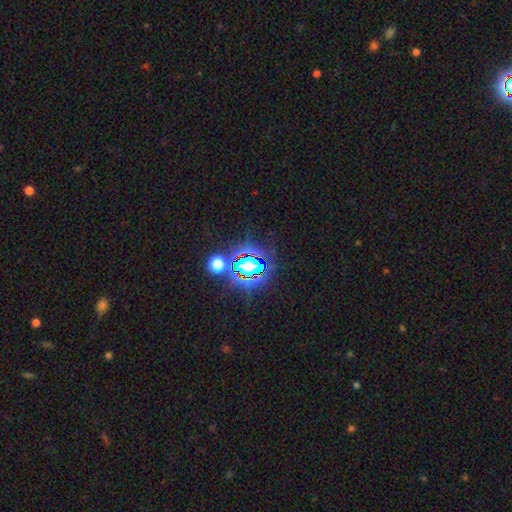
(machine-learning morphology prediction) Overall: star or artifact (75%).